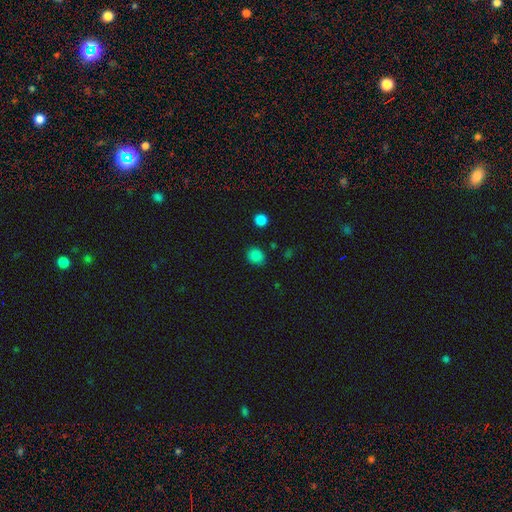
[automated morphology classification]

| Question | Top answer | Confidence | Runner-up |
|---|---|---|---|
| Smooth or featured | smooth | 83% | star or artifact (14%) |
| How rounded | round | 66% | in between (33%) |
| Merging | none | 84% | minor disturbance (11%) |